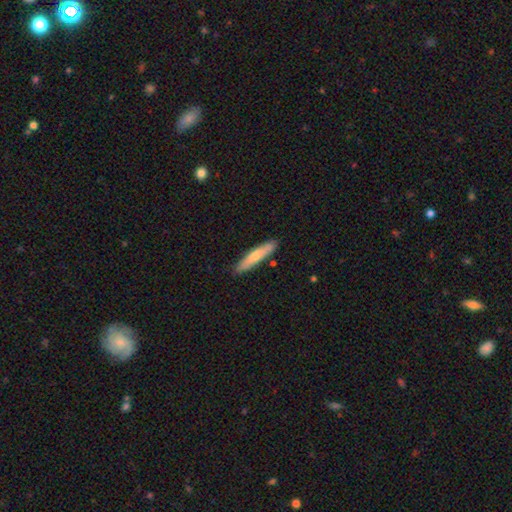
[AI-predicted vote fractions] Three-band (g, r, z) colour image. It shows a smooth galaxy with no disk features (70%) that is cigar-shaped (90%). Merging: none (86%).